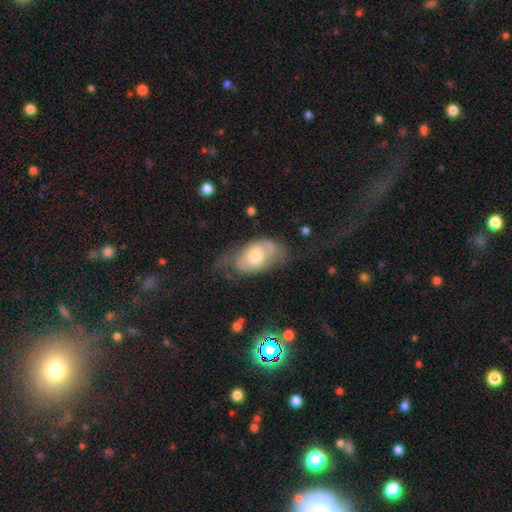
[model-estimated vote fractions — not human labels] Q: Smooth or featured?
A: smooth (55%); runner-up: featured or disk (38%)
Q: How rounded?
A: in between (91%); runner-up: round (7%)
Q: Merging?
A: none (42%); runner-up: minor disturbance (31%)